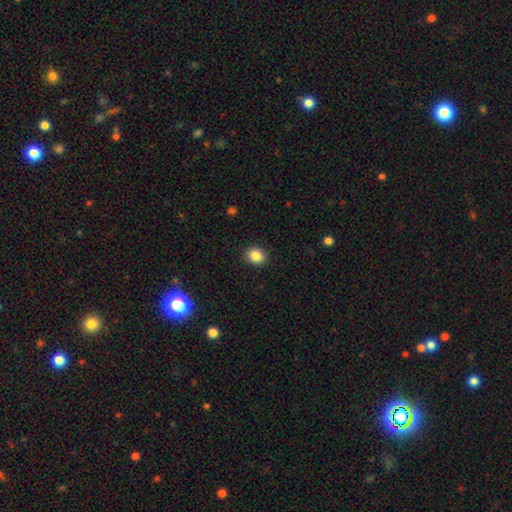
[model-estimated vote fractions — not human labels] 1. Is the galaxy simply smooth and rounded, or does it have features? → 85% smooth, 10% star or artifact, 5% featured or disk.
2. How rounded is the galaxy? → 63% round, 36% in between, 1% cigar-shaped.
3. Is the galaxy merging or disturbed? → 91% none, 7% minor disturbance, 2% major disturbance, 1% merger.